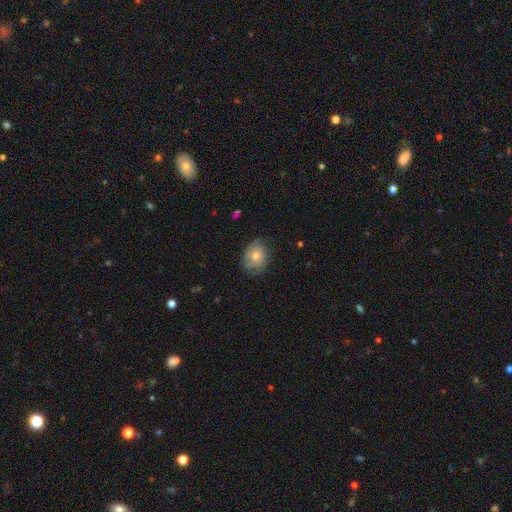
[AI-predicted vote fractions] smooth 57%, featured or disk 33%, star or artifact 11%. Down the decision tree: how rounded — round (53%); merging — none (72%).